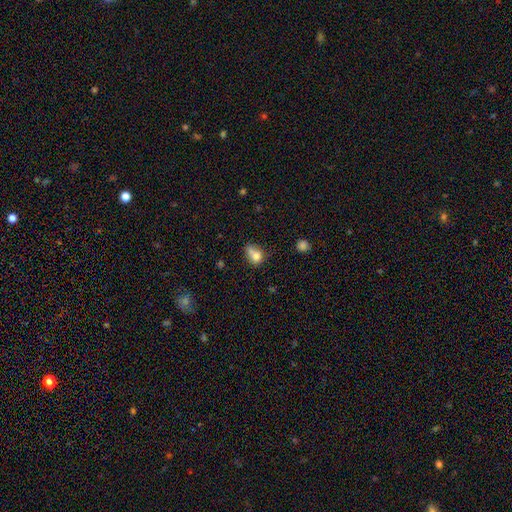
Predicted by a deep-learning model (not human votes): smooth-or-featured: smooth: 76% | featured or disk: 13% | star or artifact: 11%
  how-rounded: in between: 55% | round: 43% | cigar-shaped: 2%
  merging: none: 33% | minor disturbance: 29% | merger: 24% | major disturbance: 13%